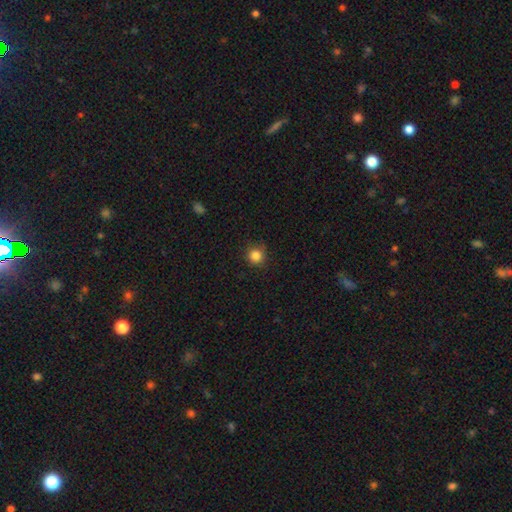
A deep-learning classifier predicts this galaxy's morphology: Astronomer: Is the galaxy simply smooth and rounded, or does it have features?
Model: smooth — 84%.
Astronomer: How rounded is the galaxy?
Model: round — 94%.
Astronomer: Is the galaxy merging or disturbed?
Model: none — 87%.